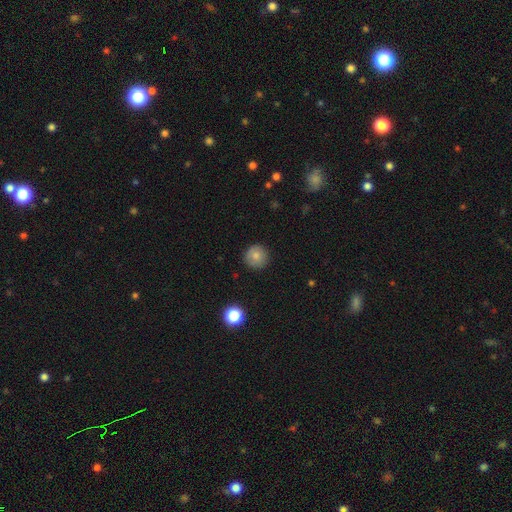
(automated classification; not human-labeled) A smooth galaxy with no disk features (81%) that is round (95%).

Vote fractions:
- Smooth or featured? smooth: 81% / star or artifact: 10% / featured or disk: 9%
- How rounded? round: 95% / in between: 4% / cigar-shaped: 1%
- Merging? none: 89% / minor disturbance: 8% / major disturbance: 2% / merger: 1%